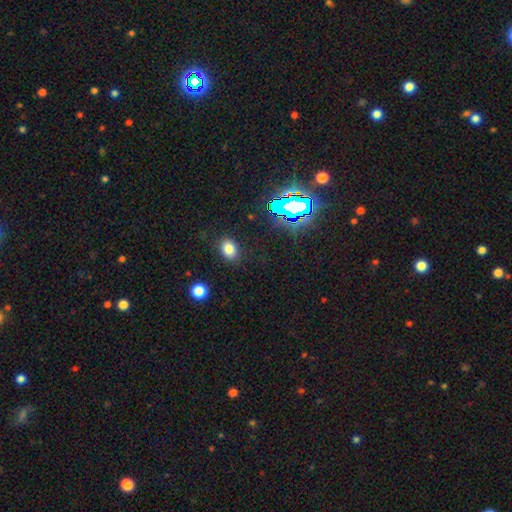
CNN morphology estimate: Smooth or featured? star or artifact (65%)